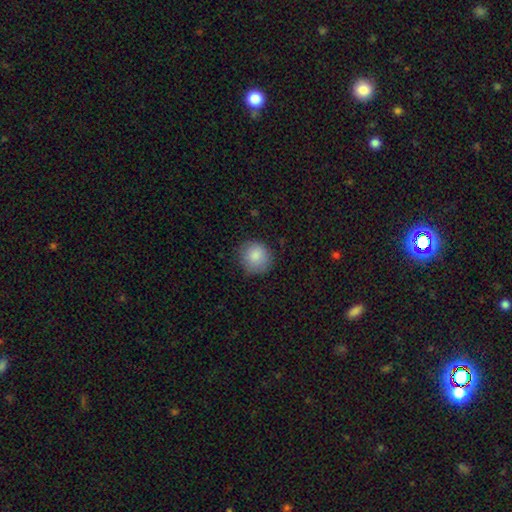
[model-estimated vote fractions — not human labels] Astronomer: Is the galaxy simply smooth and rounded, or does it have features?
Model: smooth — 87%.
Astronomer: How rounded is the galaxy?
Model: round — 90%.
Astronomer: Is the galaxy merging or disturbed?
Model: none — 82%.